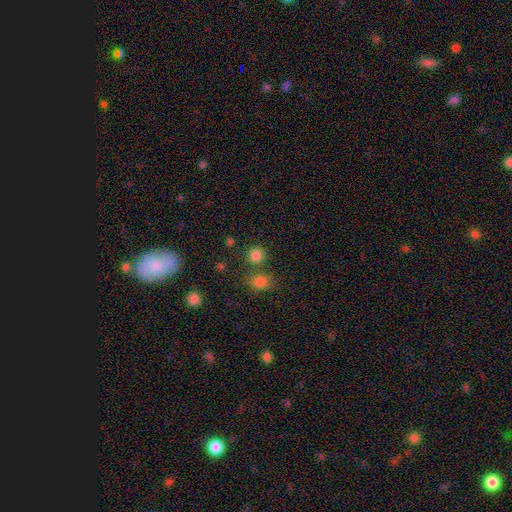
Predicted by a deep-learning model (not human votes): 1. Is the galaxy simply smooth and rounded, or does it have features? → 81% smooth, 14% star or artifact, 5% featured or disk.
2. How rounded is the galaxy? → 86% round, 13% in between, 1% cigar-shaped.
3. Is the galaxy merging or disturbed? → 71% none, 17% merger, 9% minor disturbance, 4% major disturbance.